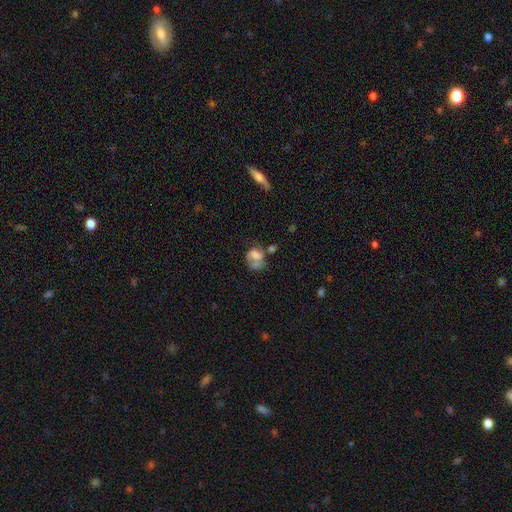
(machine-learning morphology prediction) This appears to be a smooth galaxy with no disk features (53%) that is in between round and cigar-shaped (57%). Merging: major disturbance (29%).